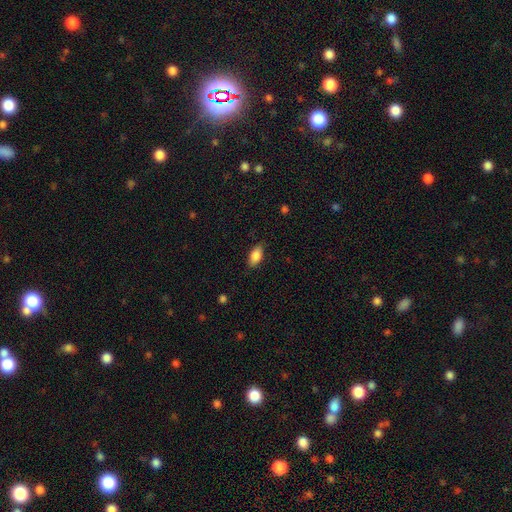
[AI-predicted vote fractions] Overall: smooth (85%). How rounded: in between (90%). Merging: none (82%).